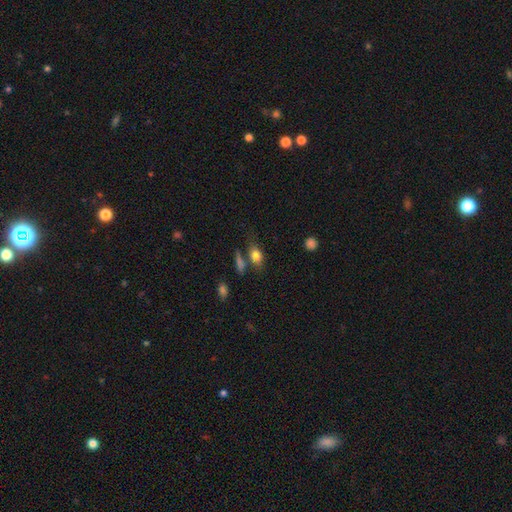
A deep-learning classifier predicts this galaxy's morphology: smooth-or-featured: smooth: 80% | featured or disk: 12% | star or artifact: 9%
  how-rounded: in between: 83% | round: 11% | cigar-shaped: 6%
  merging: none: 60% | minor disturbance: 18% | merger: 15% | major disturbance: 7%